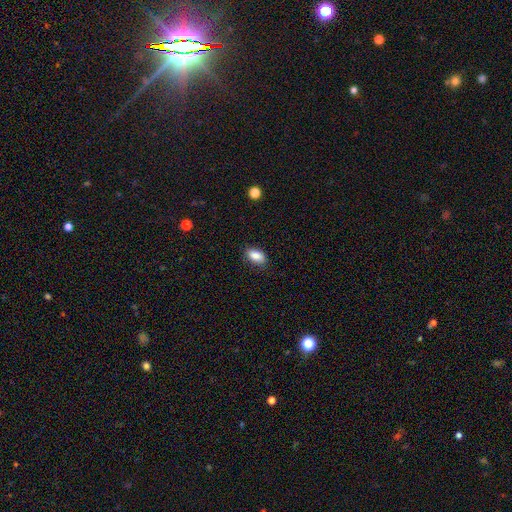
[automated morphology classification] Q: Smooth or featured?
A: smooth (87%); runner-up: star or artifact (8%)
Q: How rounded?
A: in between (91%); runner-up: round (6%)
Q: Merging?
A: none (83%); runner-up: minor disturbance (13%)